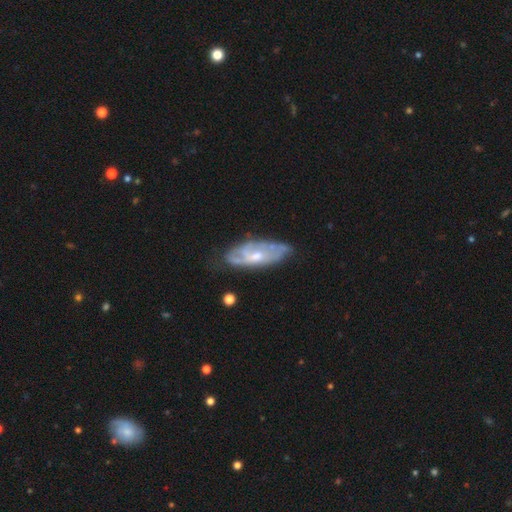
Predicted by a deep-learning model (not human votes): Smooth or featured? Predicted: featured or disk (p=0.74). Edge-on disk? Predicted: no (p=0.86). Bar? Predicted: no (p=0.67). Spiral arms? Predicted: yes (p=0.76). Bulge size? Predicted: moderate (p=0.53). Merging? Predicted: none (p=0.63).